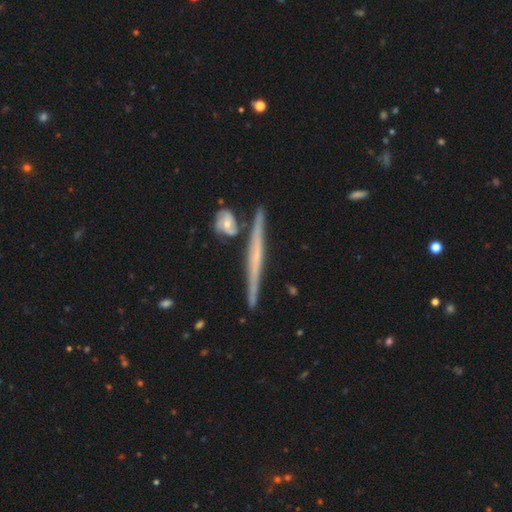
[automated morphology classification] This is likely a featured or disk galaxy (65%). It is clearly viewed edge-on (97%). Edge-on bulge: likely none (75%). Merging: clearly none (85%).